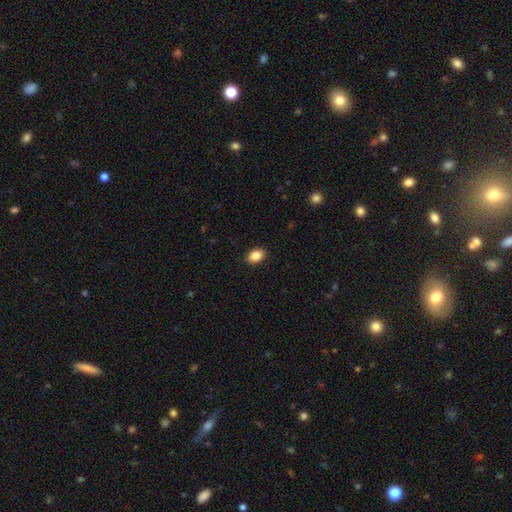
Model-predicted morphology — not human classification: Smooth or featured? smooth (87%)
How rounded? in between (81%)
Merging? none (90%)